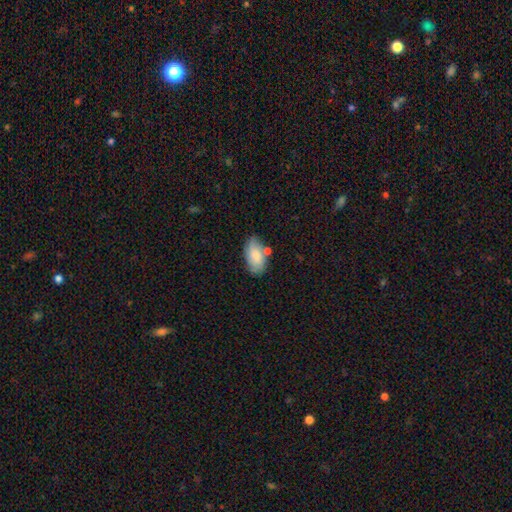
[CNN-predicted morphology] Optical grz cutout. It shows a smooth galaxy with no disk features (76%) that is in between round and cigar-shaped (93%). Merging: none (60%).